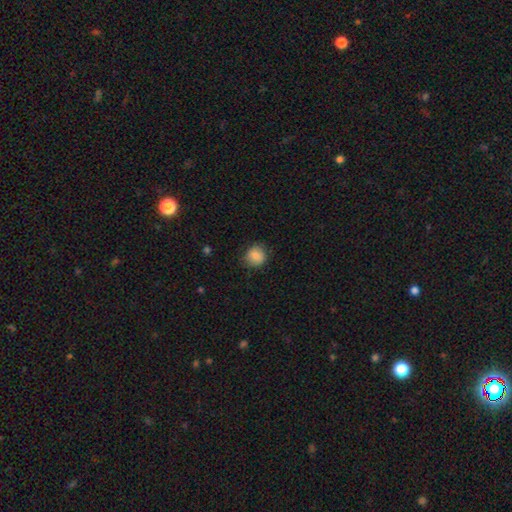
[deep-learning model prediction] A smooth galaxy with no disk features (84%) that is round (84%).

Vote fractions:
- Smooth or featured? smooth: 84% / star or artifact: 9% / featured or disk: 7%
- How rounded? round: 84% / in between: 15% / cigar-shaped: 1%
- Merging? none: 78% / minor disturbance: 17% / major disturbance: 4% / merger: 1%